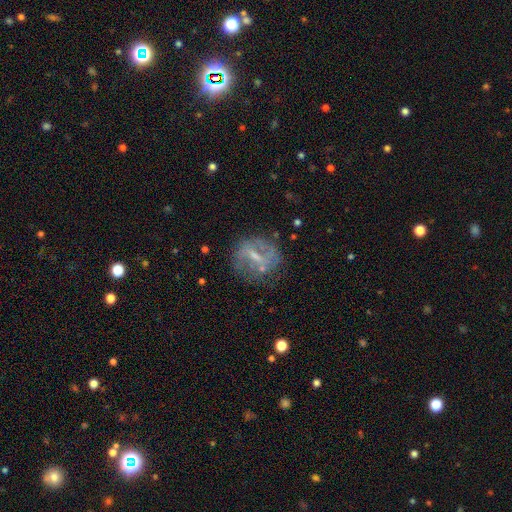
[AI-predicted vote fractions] A featured or disk galaxy (63%) with a weak bar (47%), spiral arms (51%) and a small central bulge (50%).

Vote fractions:
- Smooth or featured? featured or disk: 63% / smooth: 26% / star or artifact: 11%
- Edge-on disk? no: 95% / yes: 5%
- Bar? weak: 47% / no: 28% / strong: 25%
- Spiral arms? yes: 51% / no: 49%
- Bulge size? small: 50% / moderate: 27% / none: 21% / large: 2% / dominant: 1%
- Merging? none: 61% / minor disturbance: 19% / major disturbance: 14% / merger: 6%